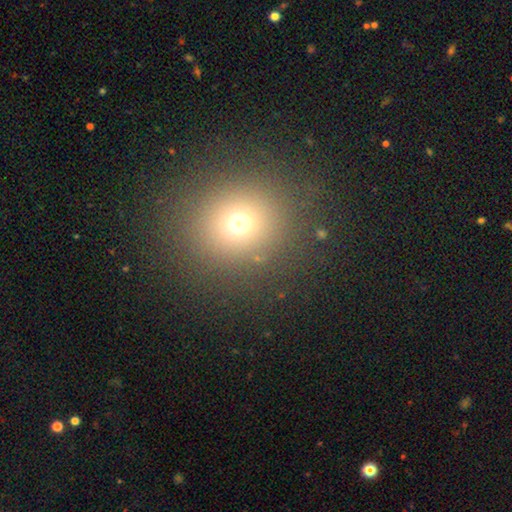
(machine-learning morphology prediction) type=smooth (69%); roundness=round (85%); merging=none (88%).